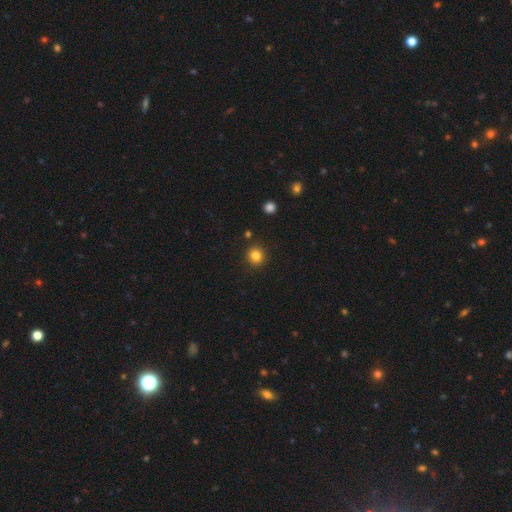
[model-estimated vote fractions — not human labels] A smooth galaxy with no disk features (83%) that is round (91%).

Vote fractions:
- Smooth or featured? smooth: 83% / star or artifact: 12% / featured or disk: 5%
- How rounded? round: 91% / in between: 8% / cigar-shaped: 1%
- Merging? none: 90% / minor disturbance: 6% / merger: 2% / major disturbance: 2%